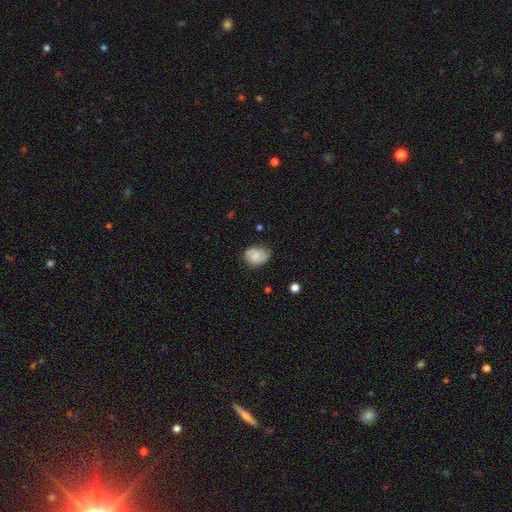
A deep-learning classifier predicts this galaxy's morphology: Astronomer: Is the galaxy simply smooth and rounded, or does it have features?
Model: smooth — 70%.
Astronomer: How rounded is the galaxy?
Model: in between — 62% (runner-up: round, 37%).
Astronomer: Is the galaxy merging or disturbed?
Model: none — 64%.